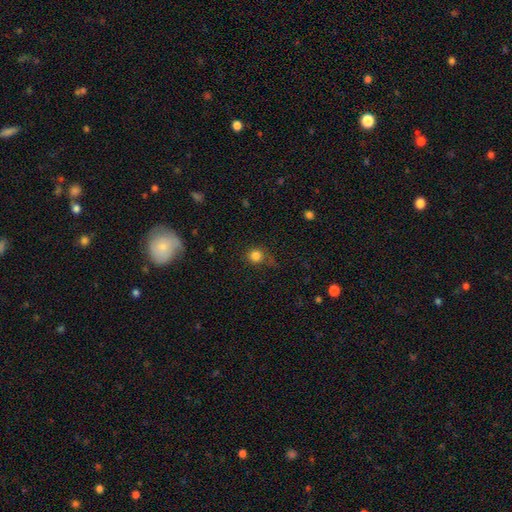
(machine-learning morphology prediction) smooth_or_featured: smooth (p=0.81) [alt: star or artifact p=0.13]
how_rounded: round (p=0.89) [alt: in between p=0.10]
merging: none (p=0.70) [alt: minor disturbance p=0.19]